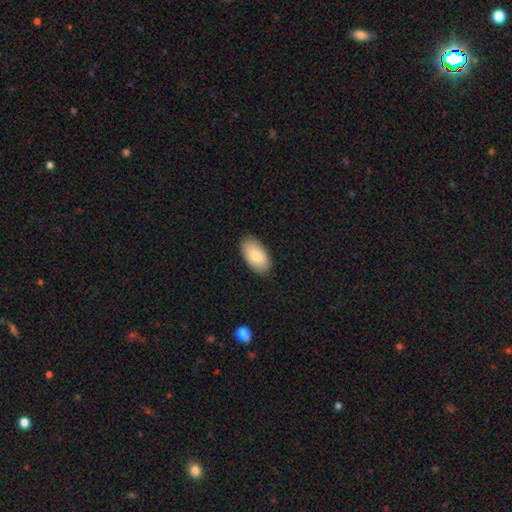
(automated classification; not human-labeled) smooth_or_featured: smooth (p=0.79) [alt: featured or disk p=0.15]
how_rounded: in between (p=0.95) [alt: round p=0.03]
merging: none (p=0.89) [alt: minor disturbance p=0.09]